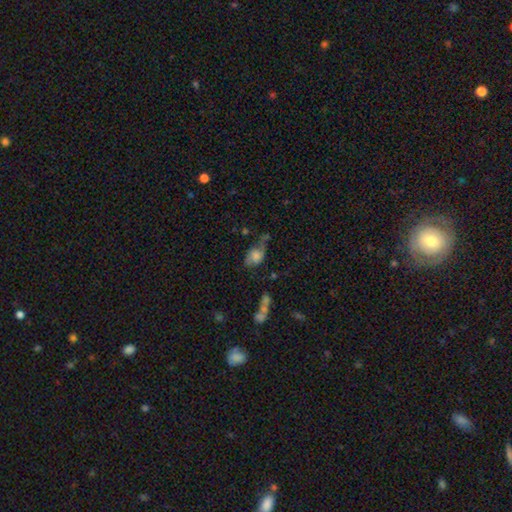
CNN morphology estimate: Smooth or featured? smooth (59%)
How rounded? in between (75%)
Merging? none (33%)